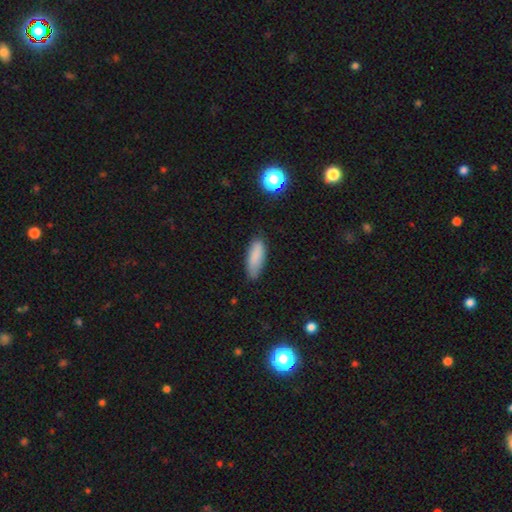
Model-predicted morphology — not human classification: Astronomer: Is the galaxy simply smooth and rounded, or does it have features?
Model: smooth — 85%.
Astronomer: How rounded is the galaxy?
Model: in between — 66%.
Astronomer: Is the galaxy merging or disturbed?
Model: none — 75%.